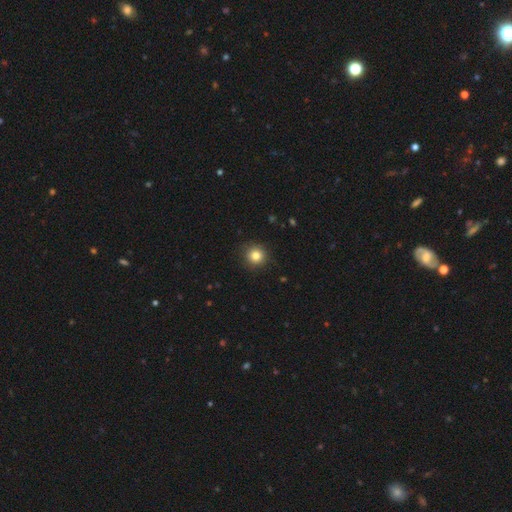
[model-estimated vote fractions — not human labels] A smooth galaxy with no disk features (82%) that is round (95%).

Vote fractions:
- Smooth or featured? smooth: 82% / star or artifact: 12% / featured or disk: 6%
- How rounded? round: 95% / in between: 4% / cigar-shaped: 1%
- Merging? none: 90% / minor disturbance: 7% / major disturbance: 2% / merger: 1%